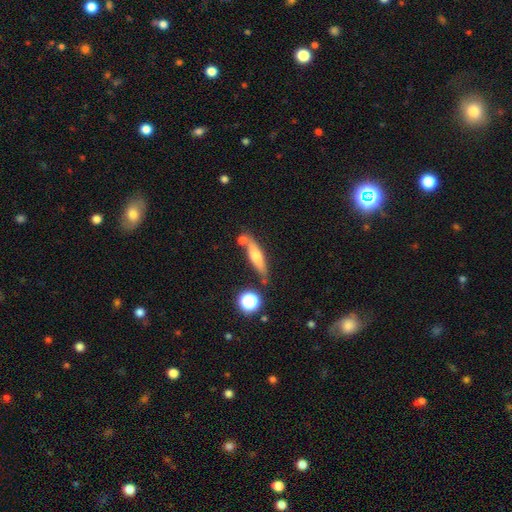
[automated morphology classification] smooth-or-featured: smooth: 54% | featured or disk: 36% | star or artifact: 10%
  how-rounded: cigar-shaped: 72% | in between: 24% | round: 4%
  merging: none: 67% | minor disturbance: 15% | merger: 14% | major disturbance: 4%